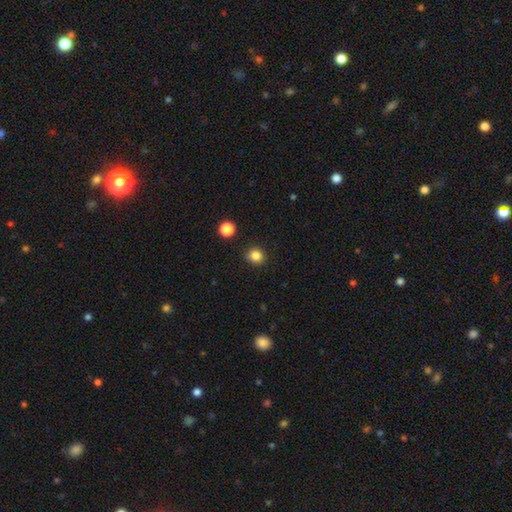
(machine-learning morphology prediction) type=smooth (83%); roundness=round (86%); merging=none (89%).